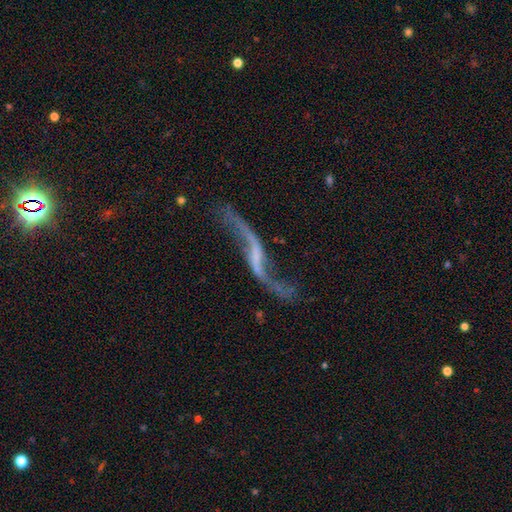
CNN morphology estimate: type=featured or disk (89%); edge-on=no (89%); bar=weak (39%); spiral arms=yes (95%); winding=loose (96%); arm count=2 (93%); bulge=none (56%); merging=none (65%).